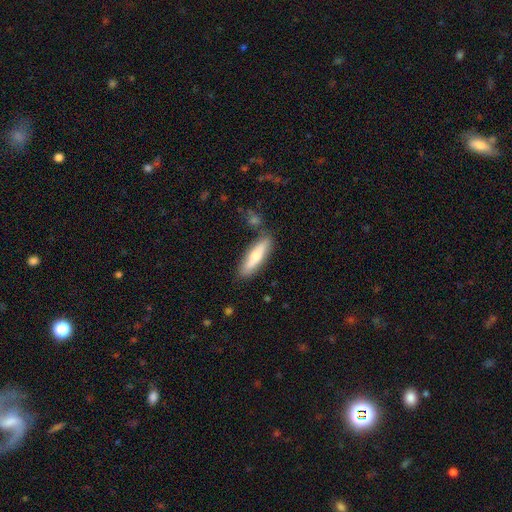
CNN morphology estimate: Overall: smooth (59%; featured or disk 36%). How rounded: cigar-shaped (69%). Merging: none (81%).